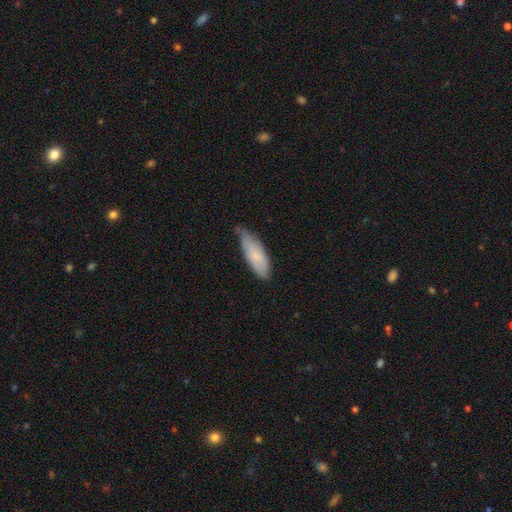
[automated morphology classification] Q: Smooth or featured?
A: smooth (78%); runner-up: featured or disk (16%)
Q: How rounded?
A: in between (65%); runner-up: cigar-shaped (34%)
Q: Merging?
A: none (55%); runner-up: minor disturbance (37%)